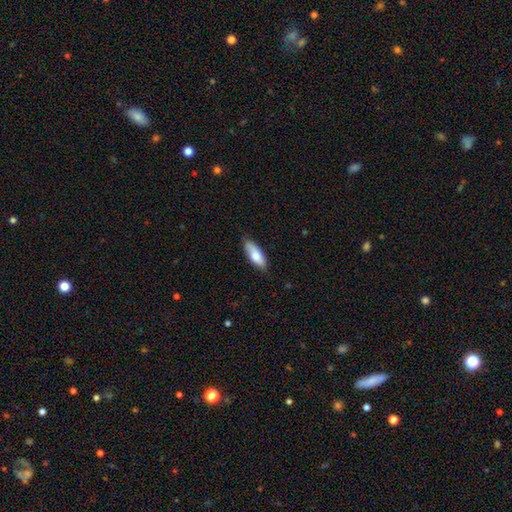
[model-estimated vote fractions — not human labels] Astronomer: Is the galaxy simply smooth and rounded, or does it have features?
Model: smooth — 76%.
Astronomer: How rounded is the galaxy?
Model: in between — 71%.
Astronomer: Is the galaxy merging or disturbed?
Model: none — 80%.